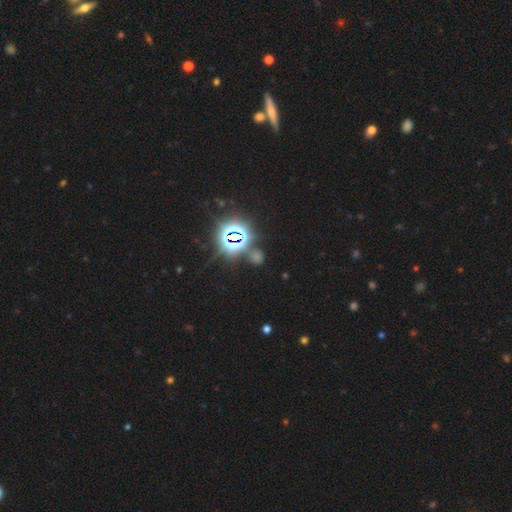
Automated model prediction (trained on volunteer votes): Smooth or featured: star or artifact — 75% (smooth — 18%)